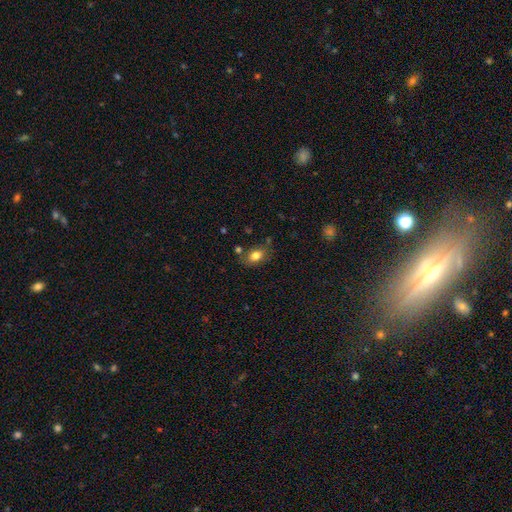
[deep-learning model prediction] A smooth galaxy with no disk features (80%) that is in between round and cigar-shaped (79%). Merging: none (72%).